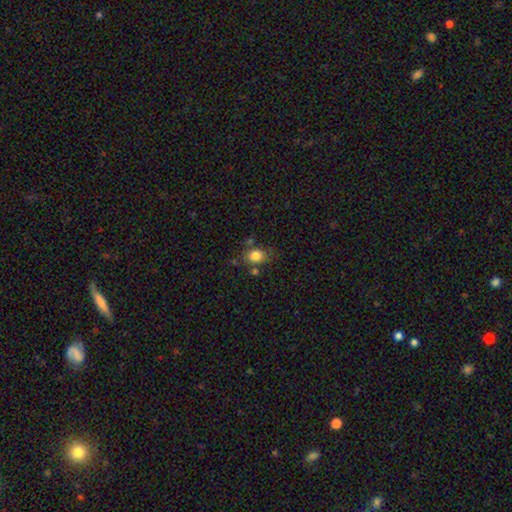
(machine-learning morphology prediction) type=smooth (82%); roundness=in between (55%); merging=none (69%).